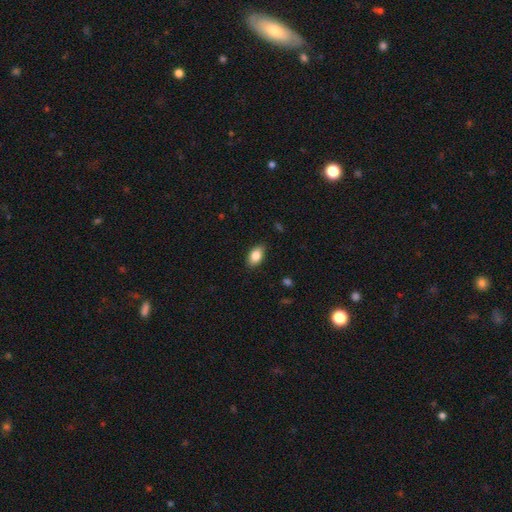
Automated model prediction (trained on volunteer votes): Overall: smooth (85%). How rounded: in between (91%). Merging: none (86%).